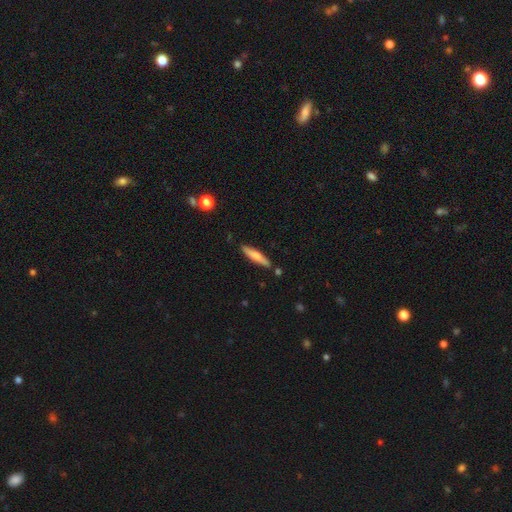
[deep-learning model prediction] Smooth or featured: smooth — 66% (featured or disk — 29%)
How rounded: cigar-shaped — 86% (in between — 12%)
Merging: none — 85% (minor disturbance — 10%)